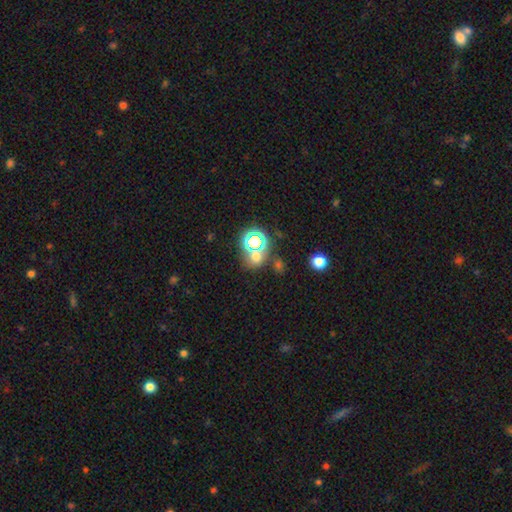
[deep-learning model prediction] Smooth or featured?
  - smooth: 47% *
  - star or artifact: 43%
  - featured or disk: 9%
Merging?
  - none: 61% *
  - merger: 21%
  - minor disturbance: 11%
  - major disturbance: 7%